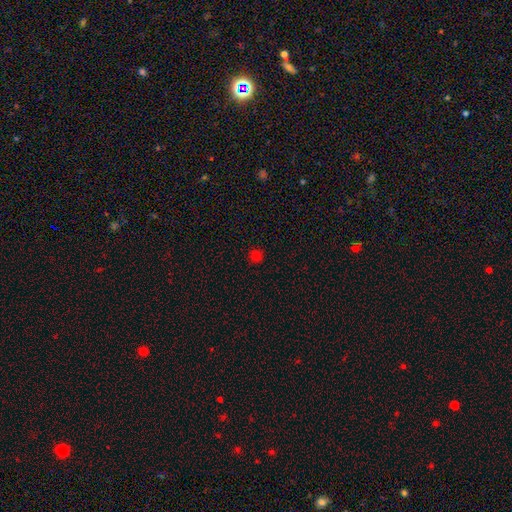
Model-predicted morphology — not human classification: This appears to be a smooth galaxy with no disk features (76%) that is round (92%). Merging: none (90%).